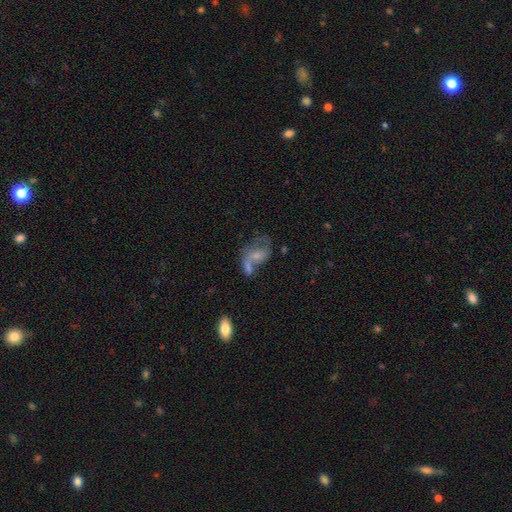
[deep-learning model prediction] Morphology: type=featured or disk (52%); edge-on=no (96%); merging=merger (38%).